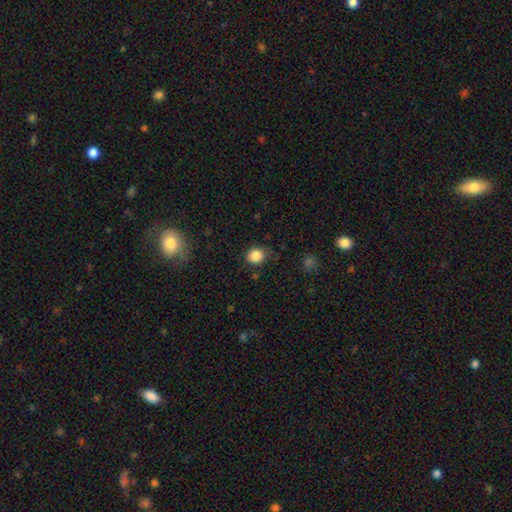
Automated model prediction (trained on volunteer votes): A smooth galaxy with no disk features (85%) that is round (75%). Merging: none (79%).